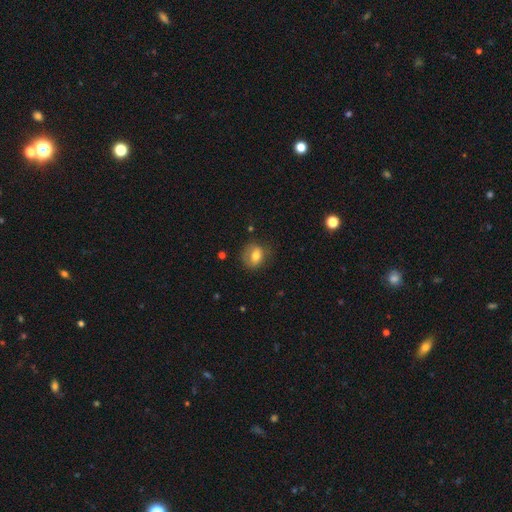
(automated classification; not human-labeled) This is likely a smooth galaxy (68%). How rounded: possibly round (54%). Merging: likely none (61%).